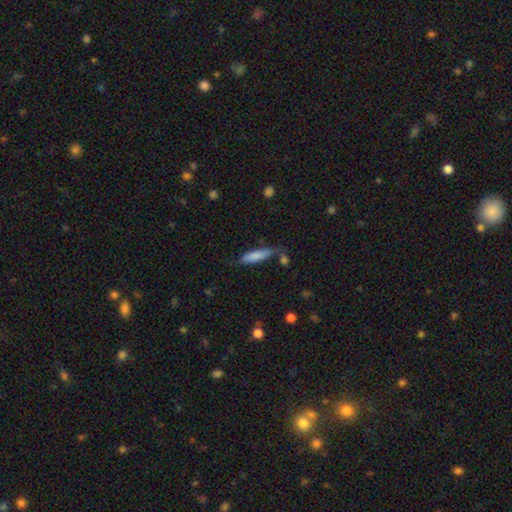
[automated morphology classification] Q: Smooth or featured?
A: smooth (80%); runner-up: featured or disk (13%)
Q: How rounded?
A: cigar-shaped (68%); runner-up: in between (30%)
Q: Merging?
A: none (64%); runner-up: minor disturbance (22%)